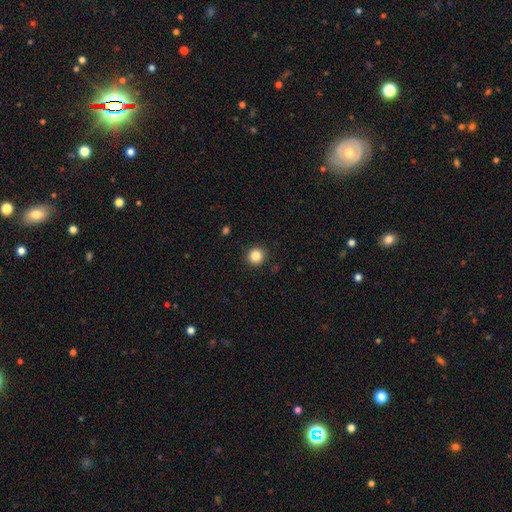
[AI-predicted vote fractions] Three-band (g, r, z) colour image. It shows a smooth galaxy with no disk features (85%) that is round (93%). Merging: none (92%).